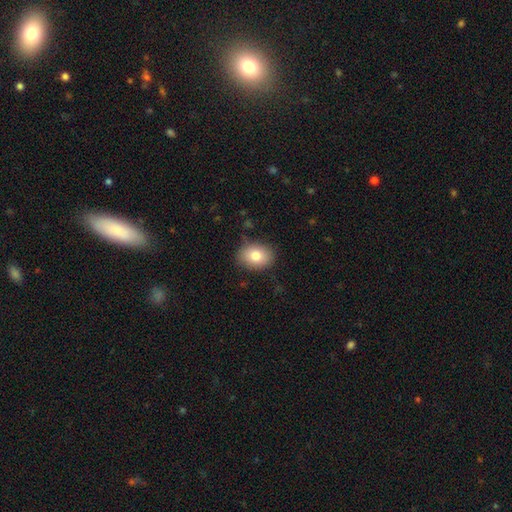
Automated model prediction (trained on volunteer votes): Smooth or featured? smooth (80%)
How rounded? in between (64%)
Merging? none (83%)